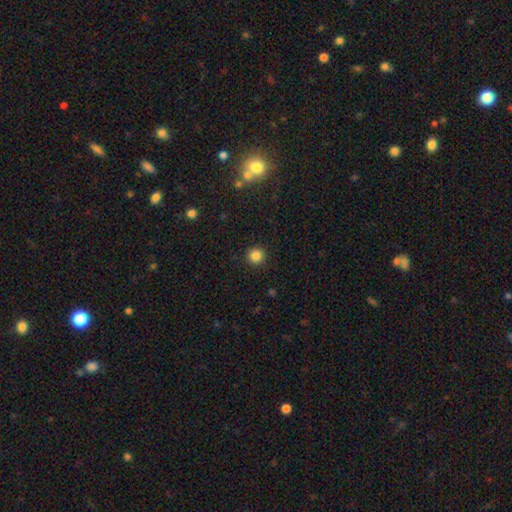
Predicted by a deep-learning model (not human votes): Smooth or featured?
  - smooth: 85% *
  - star or artifact: 12%
  - featured or disk: 4%
How rounded?
  - round: 95% *
  - in between: 4%
  - cigar-shaped: 1%
Merging?
  - none: 92% *
  - minor disturbance: 5%
  - major disturbance: 2%
  - merger: 1%